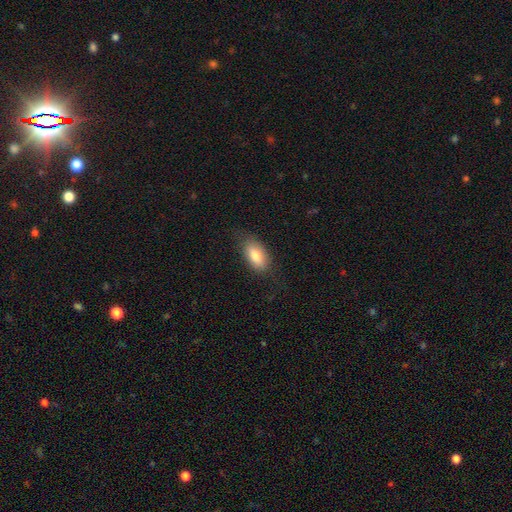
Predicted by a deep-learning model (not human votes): smooth 80%, featured or disk 13%, star or artifact 7%. Down the decision tree: how rounded — in between (90%); merging — none (74%).